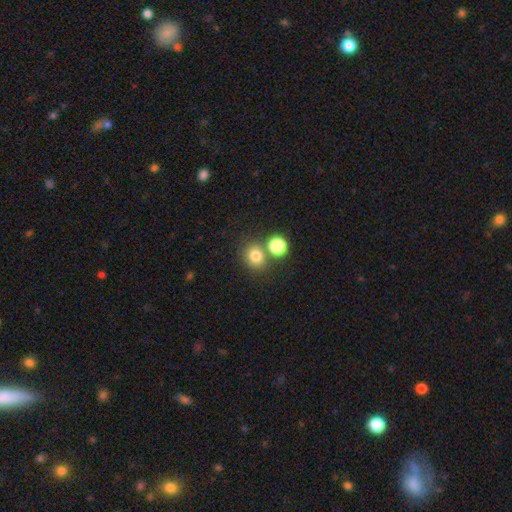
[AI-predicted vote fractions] Smooth or featured: smooth — 78% (star or artifact — 15%)
How rounded: round — 82% (in between — 17%)
Merging: none — 69% (merger — 19%)